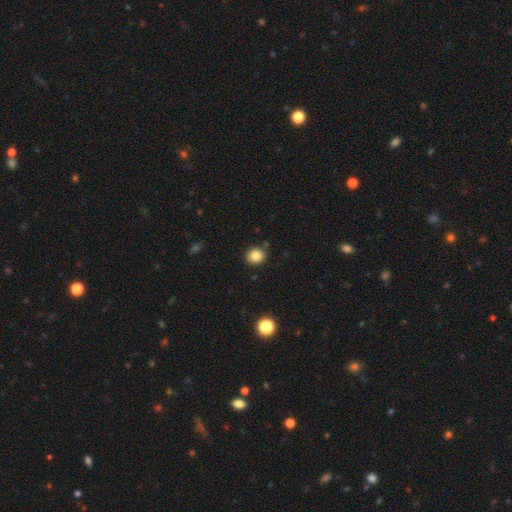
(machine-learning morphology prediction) Q: Smooth or featured?
A: smooth (84%); runner-up: star or artifact (11%)
Q: How rounded?
A: round (78%); runner-up: in between (21%)
Q: Merging?
A: none (88%); runner-up: minor disturbance (8%)